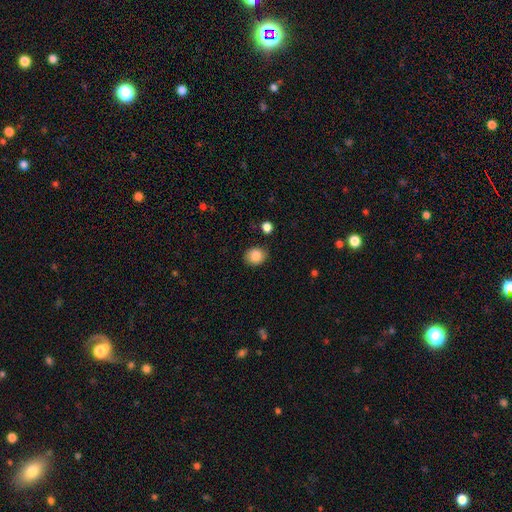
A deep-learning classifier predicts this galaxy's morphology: Smooth or featured?
  - smooth: 87% *
  - star or artifact: 8%
  - featured or disk: 5%
How rounded?
  - round: 62% *
  - in between: 37%
  - cigar-shaped: 1%
Merging?
  - none: 81% *
  - minor disturbance: 13%
  - major disturbance: 3%
  - merger: 2%